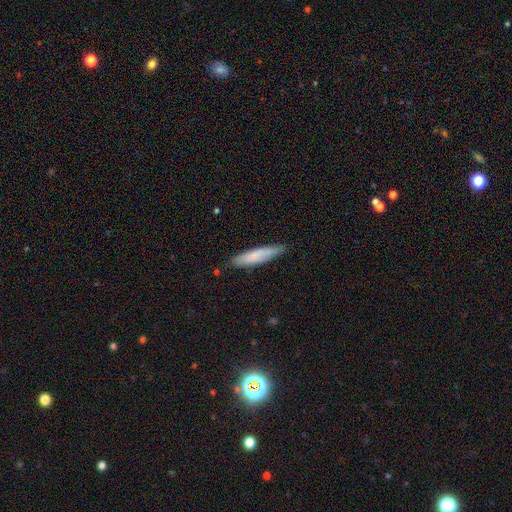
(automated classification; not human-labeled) Overall: smooth (73%). How rounded: cigar-shaped (84%). Merging: none (84%).